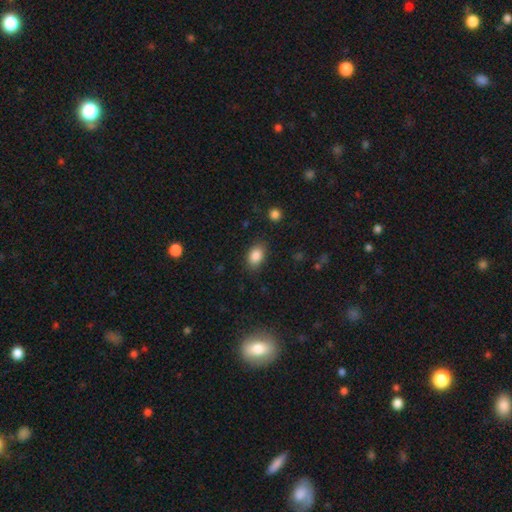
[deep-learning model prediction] smooth 86%, star or artifact 9%, featured or disk 5%. Down the decision tree: how rounded — in between (82%); merging — none (82%).